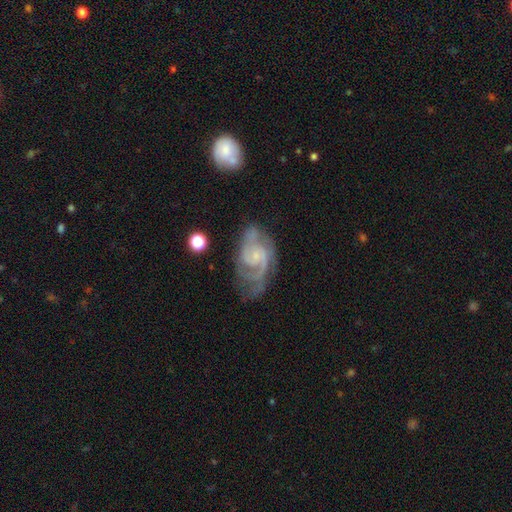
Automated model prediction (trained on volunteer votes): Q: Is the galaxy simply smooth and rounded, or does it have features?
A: featured or disk — 90%.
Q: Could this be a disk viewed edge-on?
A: no — 98%.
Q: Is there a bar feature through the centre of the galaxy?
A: no — 58%.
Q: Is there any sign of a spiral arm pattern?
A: yes — 98%.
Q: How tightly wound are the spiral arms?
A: medium — 51%.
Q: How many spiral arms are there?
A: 2 — 69%.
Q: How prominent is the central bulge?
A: small — 72%.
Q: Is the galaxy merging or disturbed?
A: none — 58%.